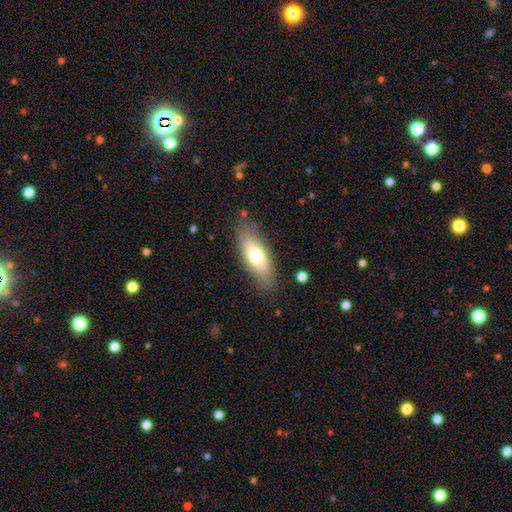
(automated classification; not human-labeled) smooth 67%, featured or disk 26%, star or artifact 7%. Down the decision tree: how rounded — in between (69%); merging — none (81%).